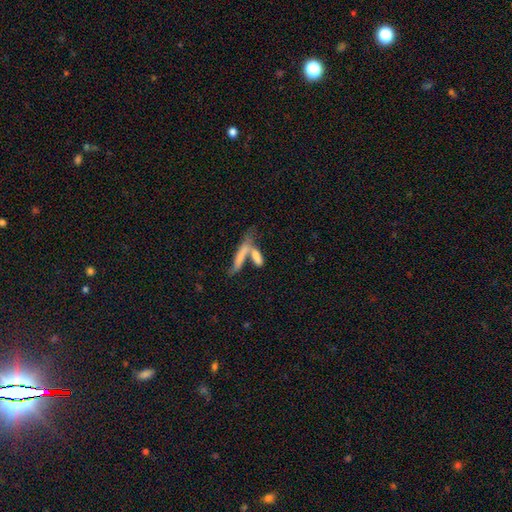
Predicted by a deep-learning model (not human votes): Q: Smooth or featured?
A: smooth (65%); runner-up: featured or disk (26%)
Q: How rounded?
A: cigar-shaped (65%); runner-up: in between (31%)
Q: Merging?
A: merger (56%); runner-up: none (28%)